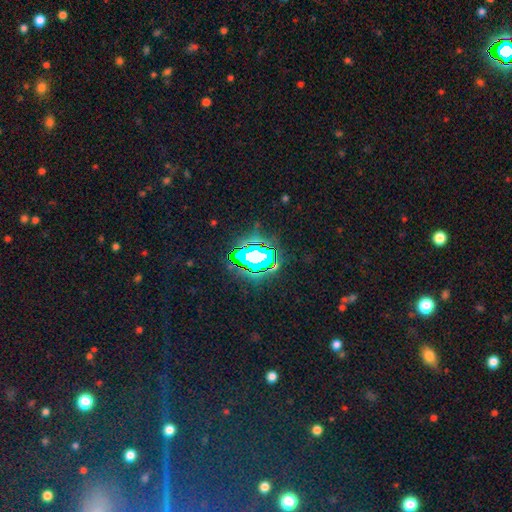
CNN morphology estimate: smooth_or_featured: star or artifact (p=0.71) [alt: smooth p=0.16]